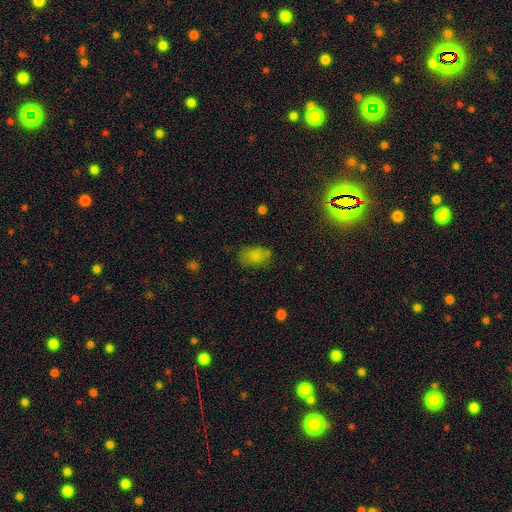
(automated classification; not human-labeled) The model was most divided on "merging": none: 66%, minor disturbance: 21%, major disturbance: 7%, merger: 6%. More confident: how rounded — in between (84%); smooth or featured — smooth (80%).